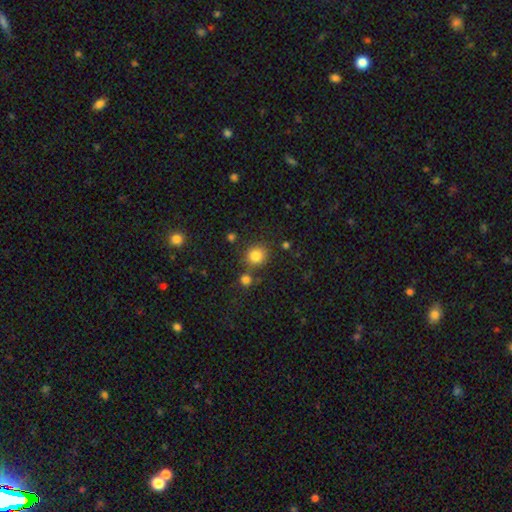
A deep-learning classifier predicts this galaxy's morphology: Smooth or featured?
  - smooth: 83% *
  - star or artifact: 12%
  - featured or disk: 5%
How rounded?
  - round: 87% *
  - in between: 12%
  - cigar-shaped: 1%
Merging?
  - none: 75% *
  - merger: 12%
  - minor disturbance: 9%
  - major disturbance: 4%